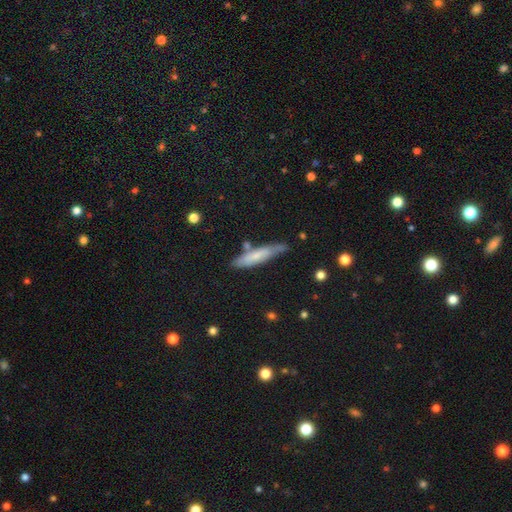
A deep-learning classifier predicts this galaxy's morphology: smooth 64%, featured or disk 30%, star or artifact 7%. Down the decision tree: how rounded — cigar-shaped (83%); merging — none (70%).